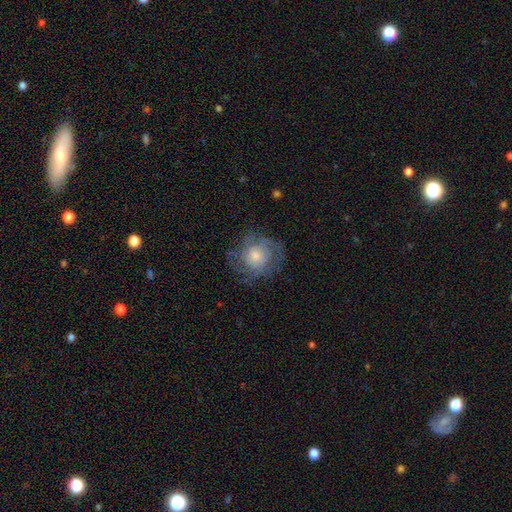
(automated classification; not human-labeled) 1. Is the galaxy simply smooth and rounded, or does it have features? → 57% featured or disk, 34% smooth, 10% star or artifact.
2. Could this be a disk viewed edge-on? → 97% no, 3% yes.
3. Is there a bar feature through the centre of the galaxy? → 79% no, 18% weak, 3% strong.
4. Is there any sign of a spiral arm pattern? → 78% yes, 22% no.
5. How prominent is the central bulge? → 51% moderate, 34% small, 11% large, 3% none, 2% dominant.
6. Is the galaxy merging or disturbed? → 68% none, 18% minor disturbance, 12% major disturbance, 1% merger.